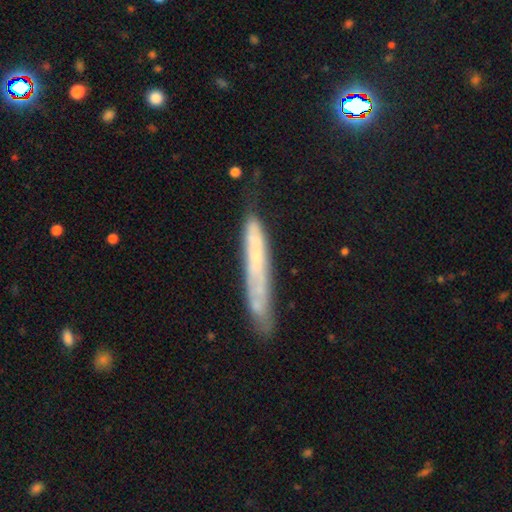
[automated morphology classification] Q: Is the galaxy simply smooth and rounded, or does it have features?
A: featured or disk — 50%.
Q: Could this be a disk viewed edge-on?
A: yes — 71%.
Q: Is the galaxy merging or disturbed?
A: none — 63%.